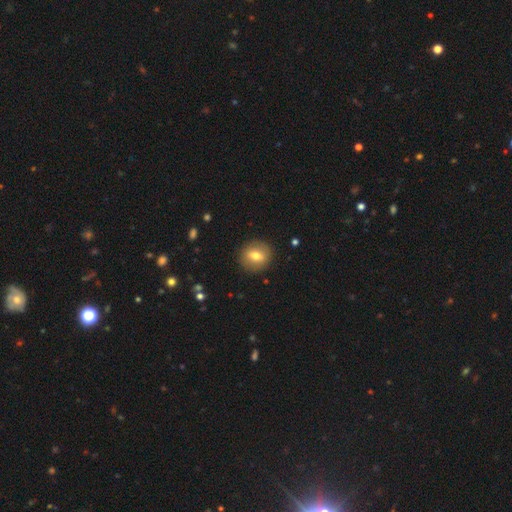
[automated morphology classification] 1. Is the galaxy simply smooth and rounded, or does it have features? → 69% smooth, 22% featured or disk, 9% star or artifact.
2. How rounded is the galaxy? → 77% round, 21% in between, 1% cigar-shaped.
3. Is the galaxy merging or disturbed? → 89% none, 7% minor disturbance, 2% major disturbance, 1% merger.